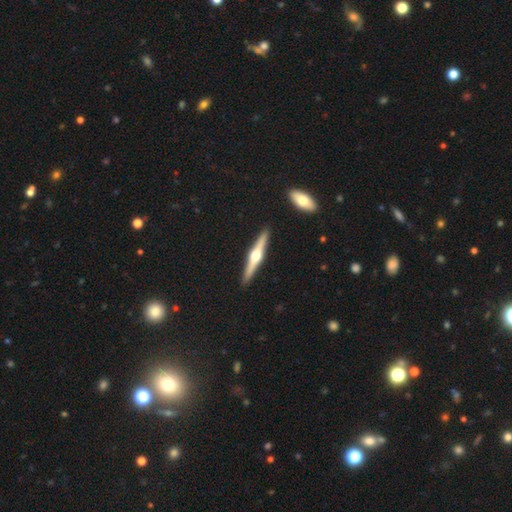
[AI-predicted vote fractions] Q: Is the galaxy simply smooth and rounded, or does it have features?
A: featured or disk — 77%.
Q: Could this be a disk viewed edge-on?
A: yes — 98%.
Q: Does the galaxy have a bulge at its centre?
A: rounded — 94%.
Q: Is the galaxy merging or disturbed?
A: none — 92%.